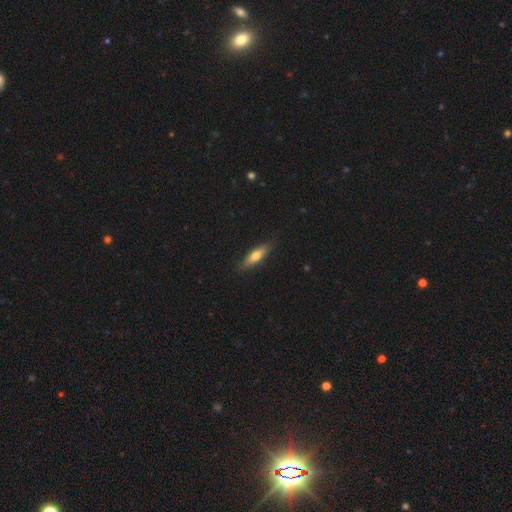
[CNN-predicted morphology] Q: Smooth or featured?
A: smooth (65%); runner-up: featured or disk (29%)
Q: How rounded?
A: cigar-shaped (60%); runner-up: in between (38%)
Q: Merging?
A: none (85%); runner-up: minor disturbance (12%)